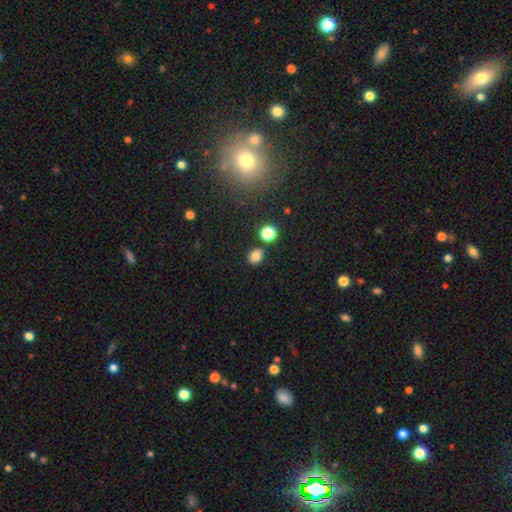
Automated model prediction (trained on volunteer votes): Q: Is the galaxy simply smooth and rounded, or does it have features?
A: smooth — 80%.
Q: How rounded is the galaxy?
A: round — 62%.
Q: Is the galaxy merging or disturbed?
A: none — 81%.